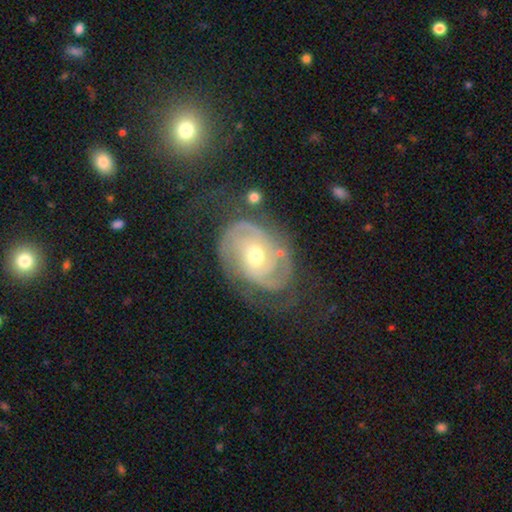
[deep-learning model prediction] smooth_or_featured: featured or disk (p=0.87) [alt: smooth p=0.08]
disk_edge_on: no (p=0.97) [alt: yes p=0.03]
bar: no (p=0.66) [alt: weak p=0.27]
has_spiral_arms: yes (p=0.95) [alt: no p=0.05]
spiral_winding: tight (p=0.61) [alt: medium p=0.30]
spiral_arm_count: 2 (p=0.55) [alt: can't tell p=0.19]
bulge_size: moderate (p=0.61) [alt: small p=0.35]
merging: none (p=0.61) [alt: minor disturbance p=0.20]